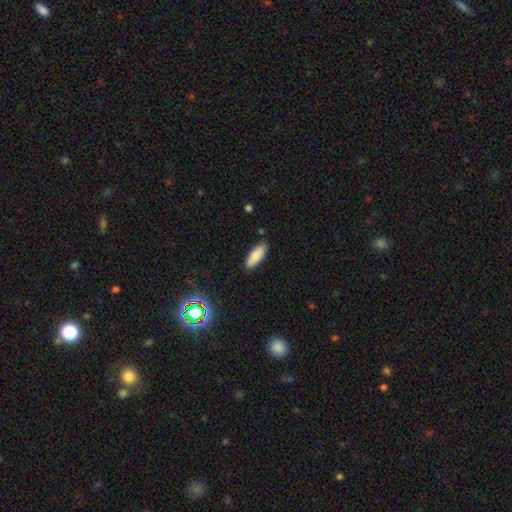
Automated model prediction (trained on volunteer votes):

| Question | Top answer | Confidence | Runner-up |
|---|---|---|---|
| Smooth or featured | smooth | 87% | star or artifact (7%) |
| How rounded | in between | 64% | cigar-shaped (34%) |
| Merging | none | 86% | minor disturbance (11%) |